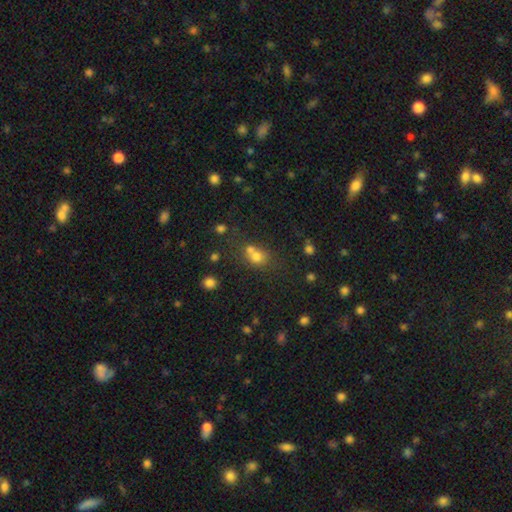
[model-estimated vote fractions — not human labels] smooth_or_featured: smooth (p=0.69) [alt: star or artifact p=0.19]
how_rounded: round (p=0.69) [alt: in between p=0.30]
merging: merger (p=0.50) [alt: none p=0.37]